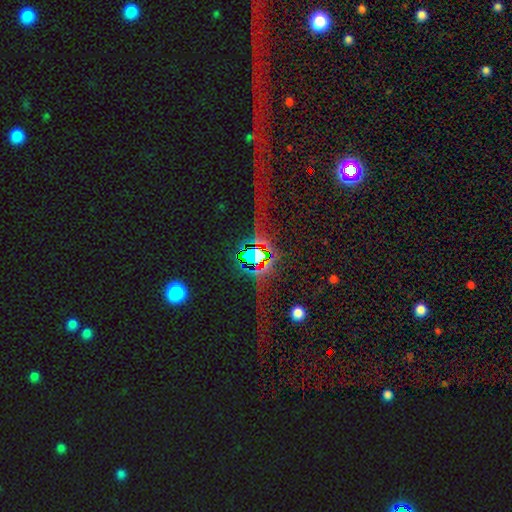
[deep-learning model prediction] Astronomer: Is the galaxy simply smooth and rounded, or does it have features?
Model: star or artifact — 79%.